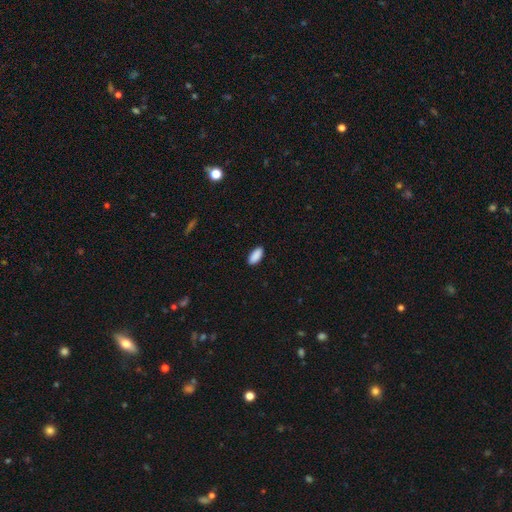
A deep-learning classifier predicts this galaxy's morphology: type=smooth (91%); roundness=in between (89%); merging=none (89%).